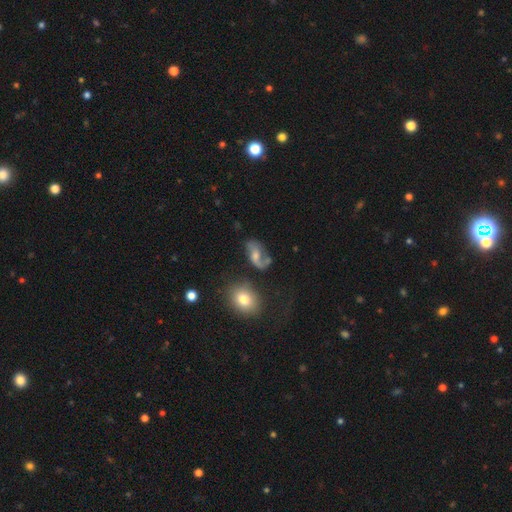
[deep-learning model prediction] Smooth or featured: featured or disk — 61% (smooth — 28%)
Edge-on disk: no — 95% (yes — 5%)
Bar: no — 48% (weak — 40%)
Spiral arms: yes — 83% (no — 17%)
Bulge size: moderate — 48% (small — 35%)
Merging: none — 49% (minor disturbance — 22%)